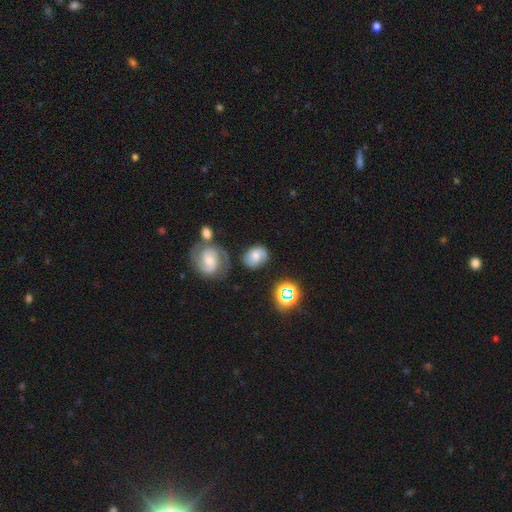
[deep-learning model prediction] Overall: smooth (49%; featured or disk 38%). Merging: none (61%; minor disturbance 22%).